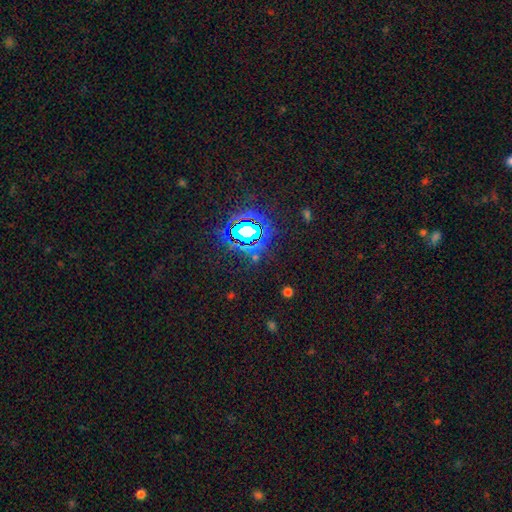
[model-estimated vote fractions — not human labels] This appears to be a star or artifact, not a galaxy (76%).